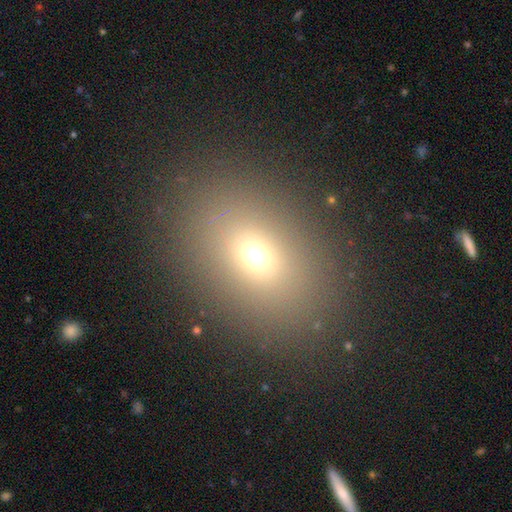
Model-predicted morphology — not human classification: This appears to be a smooth galaxy with no disk features (66%) that is in between round and cigar-shaped (67%). Merging: none (86%).